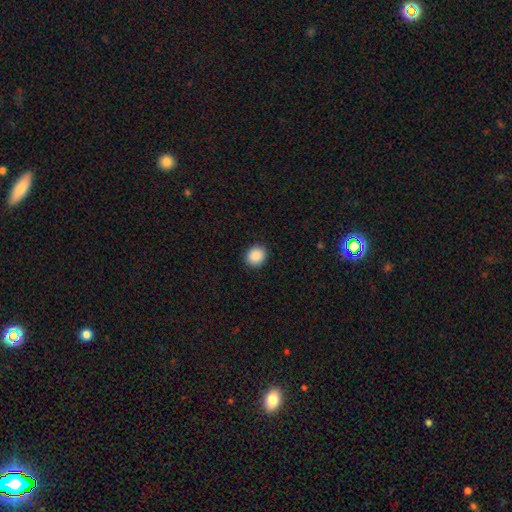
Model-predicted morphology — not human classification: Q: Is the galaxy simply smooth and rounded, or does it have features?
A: smooth — 90%.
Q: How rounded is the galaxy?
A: round — 76%.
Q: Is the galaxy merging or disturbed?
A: none — 91%.